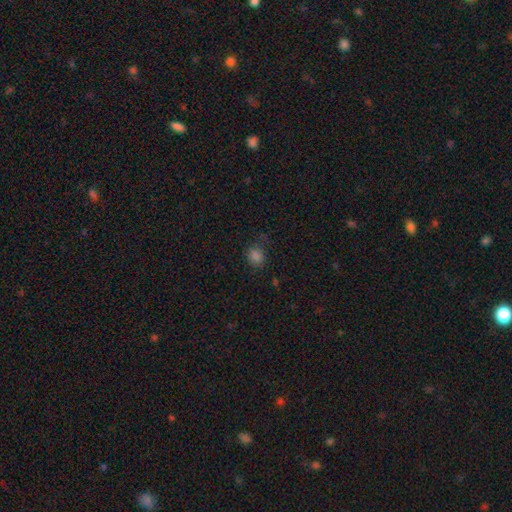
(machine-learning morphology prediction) This appears to be a smooth galaxy with no disk features (79%) that is round (78%). Merging: none (77%).